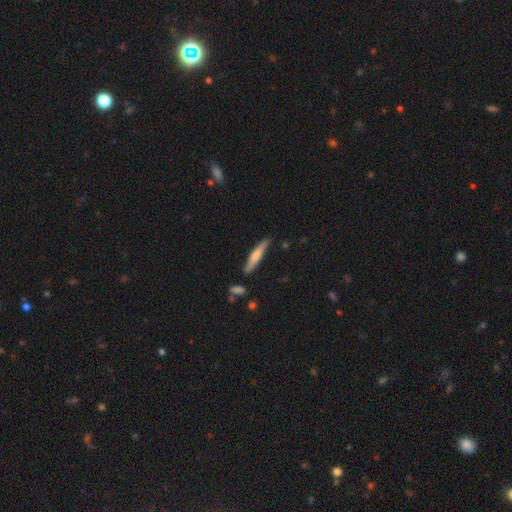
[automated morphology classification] This is possibly a smooth galaxy (58%). How rounded: clearly cigar-shaped (91%). Merging: clearly none (81%).